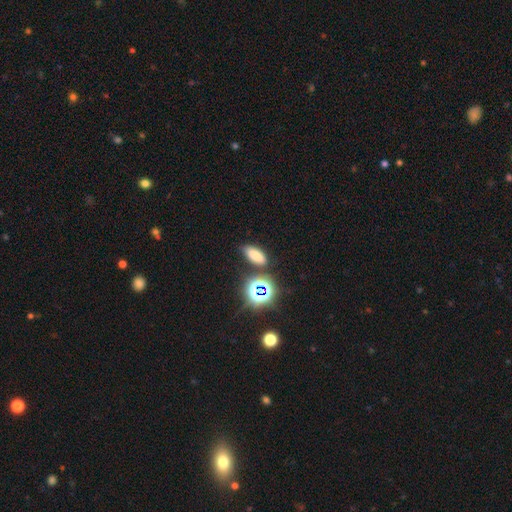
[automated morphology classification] This is likely a smooth galaxy (70%). How rounded: likely in between (79%). Merging: likely none (79%).